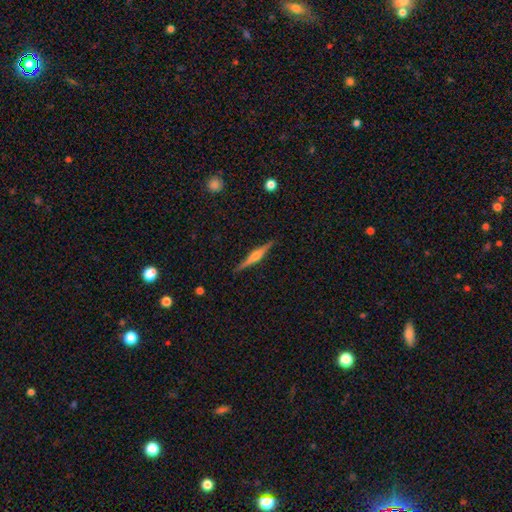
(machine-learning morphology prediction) A featured or disk galaxy (76%) viewed edge-on (98%) with a rounded central bulge (84%).

Vote fractions:
- Smooth or featured? featured or disk: 76% / smooth: 18% / star or artifact: 6%
- Edge-on disk? yes: 98% / no: 2%
- Edge-on bulge? rounded: 84% / boxy: 11% / none: 5%
- Merging? none: 91% / minor disturbance: 7% / major disturbance: 2% / merger: 1%